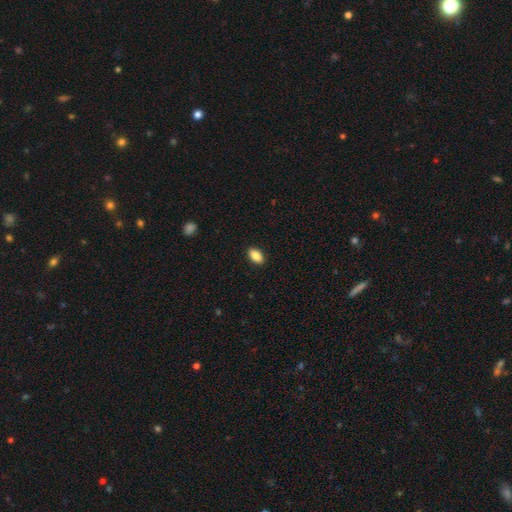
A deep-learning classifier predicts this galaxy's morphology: smooth 88%, star or artifact 7%, featured or disk 5%. Down the decision tree: how rounded — in between (92%); merging — none (90%).